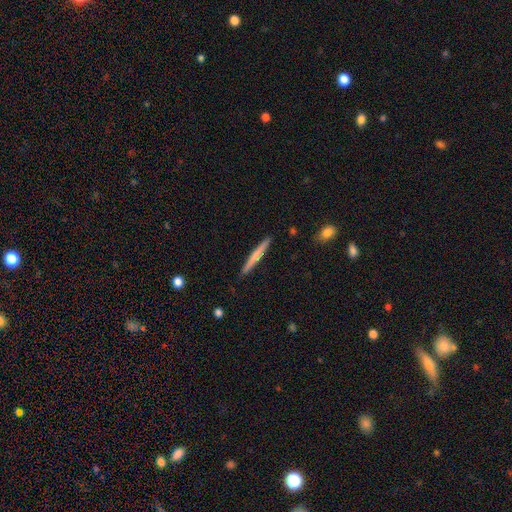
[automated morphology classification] Smooth or featured? Predicted: smooth (p=0.58). How rounded? Predicted: cigar-shaped (p=0.96). Merging? Predicted: none (p=0.91).